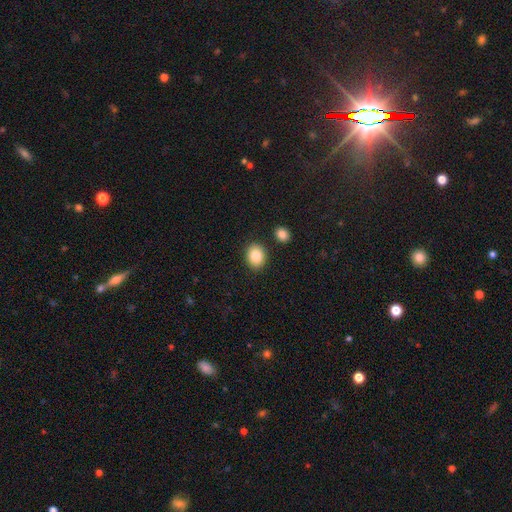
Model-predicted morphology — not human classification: type=smooth (84%); roundness=in between (51%); merging=none (86%).